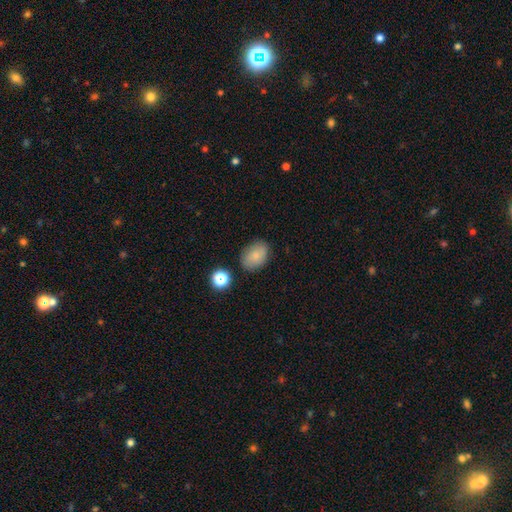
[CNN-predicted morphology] This appears to be a smooth galaxy with no disk features (82%) that is in between round and cigar-shaped (77%). Merging: none (81%).